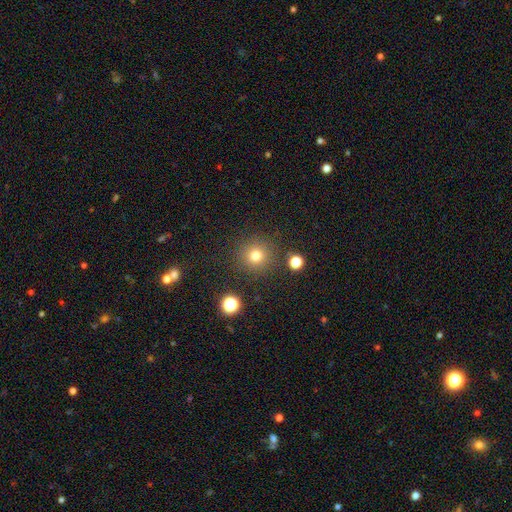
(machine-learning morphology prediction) A smooth galaxy with no disk features (78%) that is round (94%). Merging: none (87%).